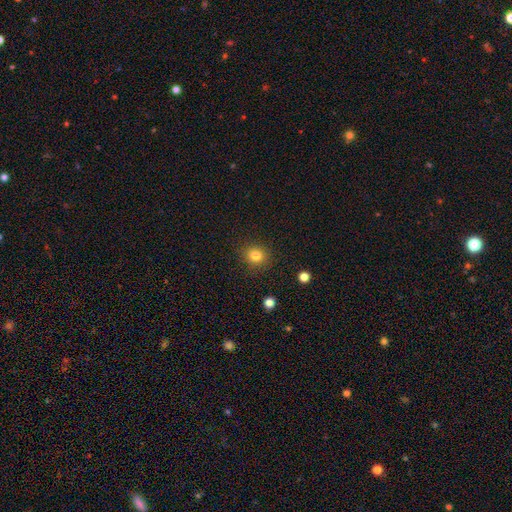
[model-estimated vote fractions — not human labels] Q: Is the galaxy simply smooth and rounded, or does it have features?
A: smooth — 82%.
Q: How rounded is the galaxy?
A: round — 83%.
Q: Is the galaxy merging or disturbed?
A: none — 88%.